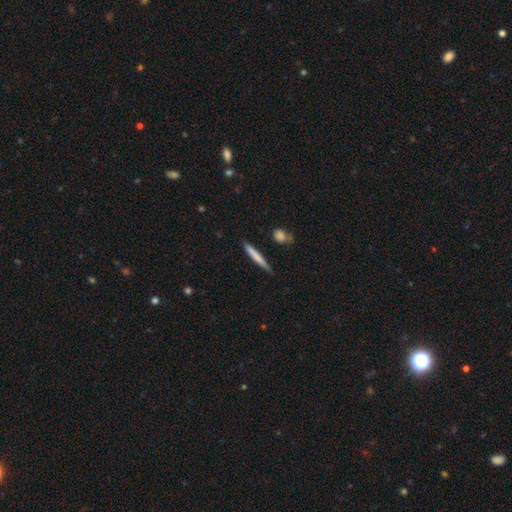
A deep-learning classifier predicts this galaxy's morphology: Smooth or featured: smooth — 70% (featured or disk — 25%)
How rounded: cigar-shaped — 95% (in between — 4%)
Merging: none — 84% (minor disturbance — 12%)